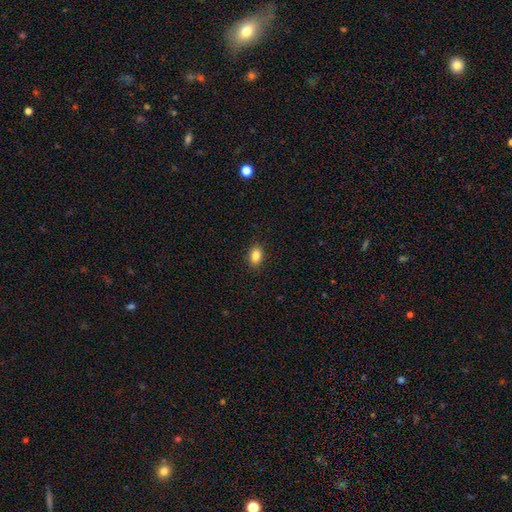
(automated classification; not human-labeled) smooth_or_featured: smooth (p=0.86) [alt: star or artifact p=0.09]
how_rounded: in between (p=0.85) [alt: round p=0.13]
merging: none (p=0.89) [alt: minor disturbance p=0.08]